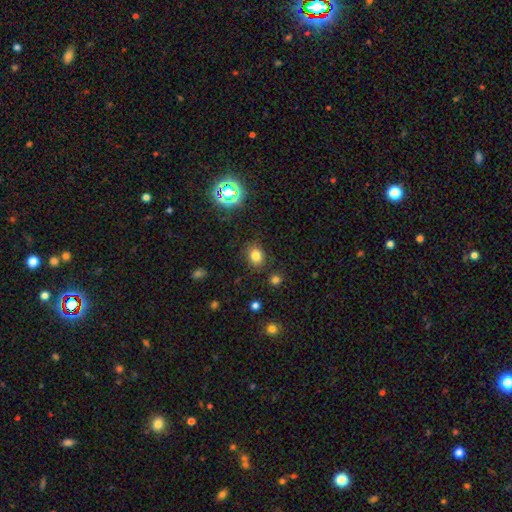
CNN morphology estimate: type=smooth (78%); roundness=round (56%); merging=none (85%).